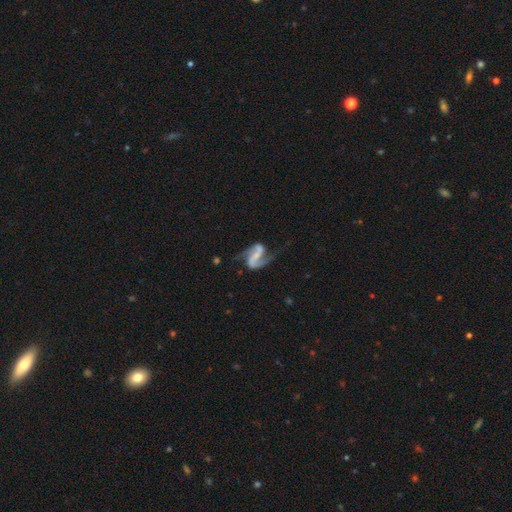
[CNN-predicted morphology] This appears to be a featured or disk galaxy (89%) with a strong bar (56%), 2 (92%) loose (53%) spiral arms (96%) and no central bulge (48%). Merging: none (66%).